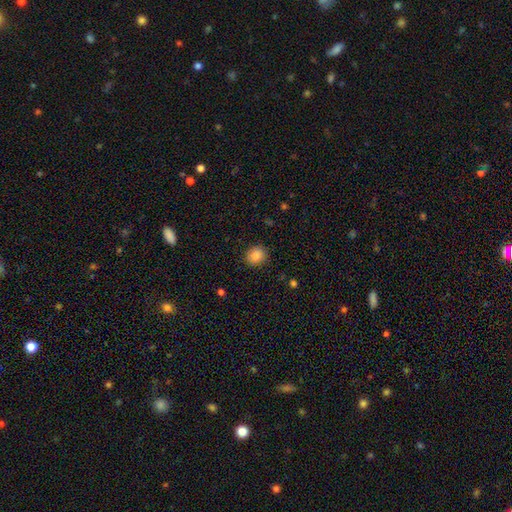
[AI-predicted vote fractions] This is clearly a smooth galaxy (86%). How rounded: likely round (70%). Merging: clearly none (89%).